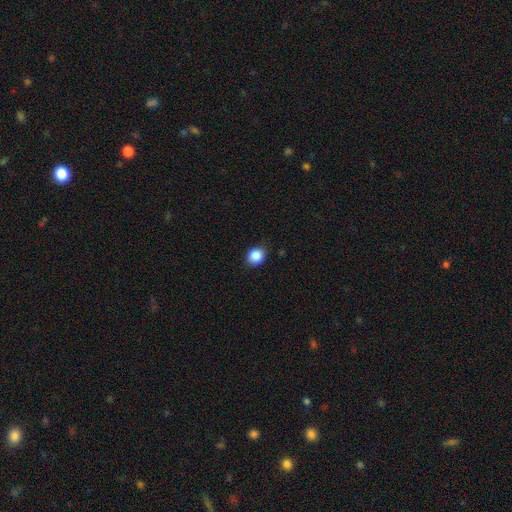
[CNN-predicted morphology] A smooth galaxy with no disk features (88%) that is round (73%). Merging: none (87%).